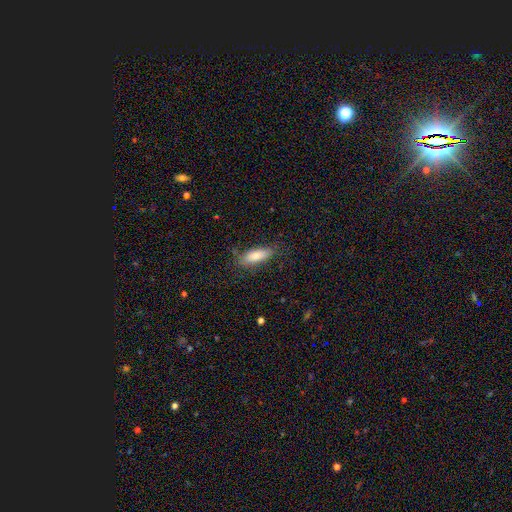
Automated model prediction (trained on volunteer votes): A smooth galaxy with no disk features (74%) that is in between round and cigar-shaped (56%).

Vote fractions:
- Smooth or featured? smooth: 74% / featured or disk: 17% / star or artifact: 9%
- How rounded? in between: 56% / cigar-shaped: 42% / round: 2%
- Merging? none: 76% / minor disturbance: 18% / major disturbance: 5% / merger: 2%